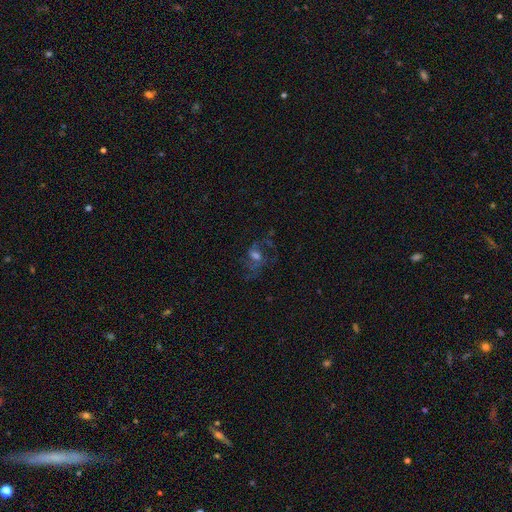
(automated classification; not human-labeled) A featured or disk galaxy (58%) with no bar (50%), spiral arms (76%) and a moderate central bulge (48%).

Vote fractions:
- Smooth or featured? featured or disk: 58% / star or artifact: 22% / smooth: 20%
- Edge-on disk? no: 95% / yes: 5%
- Bar? no: 50% / weak: 40% / strong: 10%
- Spiral arms? yes: 76% / no: 24%
- Bulge size? moderate: 48% / small: 25% / large: 14% / none: 11% / dominant: 2%
- Merging? none: 53% / major disturbance: 28% / minor disturbance: 16% / merger: 3%